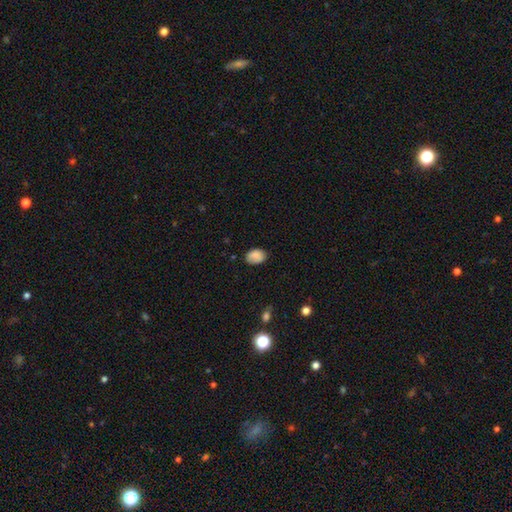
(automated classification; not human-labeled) A smooth galaxy with no disk features (85%) that is in between round and cigar-shaped (79%). Merging: none (75%).